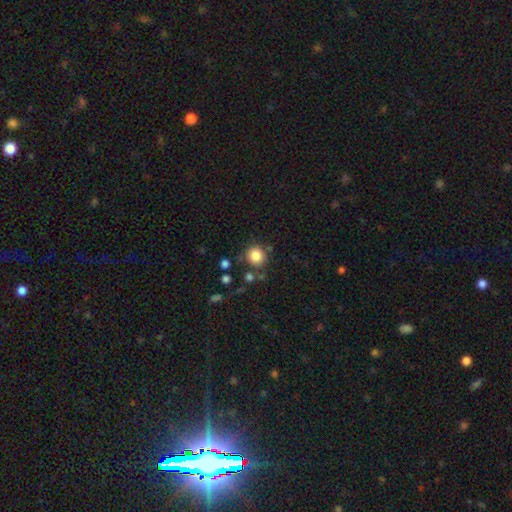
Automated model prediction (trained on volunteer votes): Overall: smooth (84%). How rounded: round (90%). Merging: none (78%).